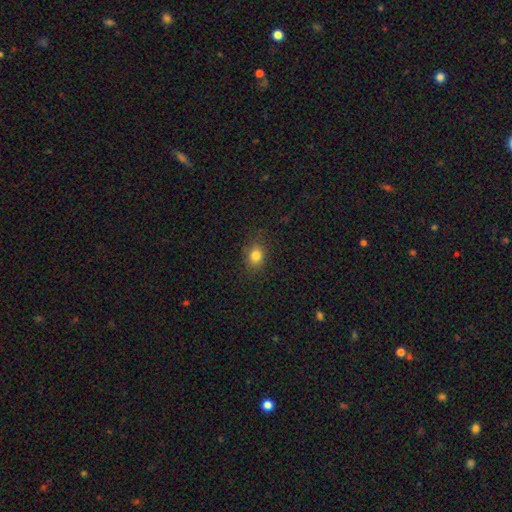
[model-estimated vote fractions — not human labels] The model was most divided on "how rounded": round: 54%, in between: 45%, cigar-shaped: 1%. More confident: merging — none (84%); smooth or featured — smooth (82%).